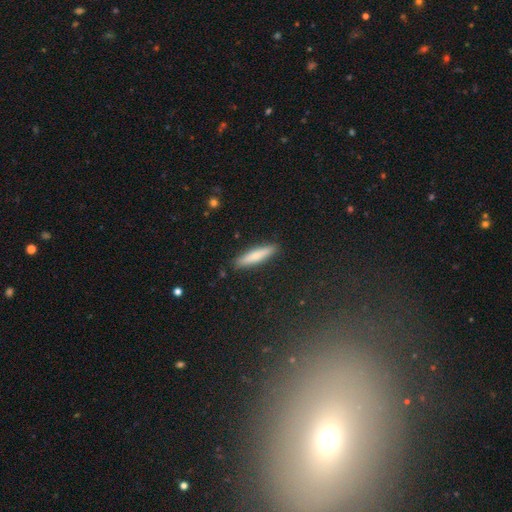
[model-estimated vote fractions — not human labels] The model was most divided on "smooth or featured": smooth: 74%, featured or disk: 20%, star or artifact: 6%. More confident: merging — none (90%); how rounded — cigar-shaped (87%).